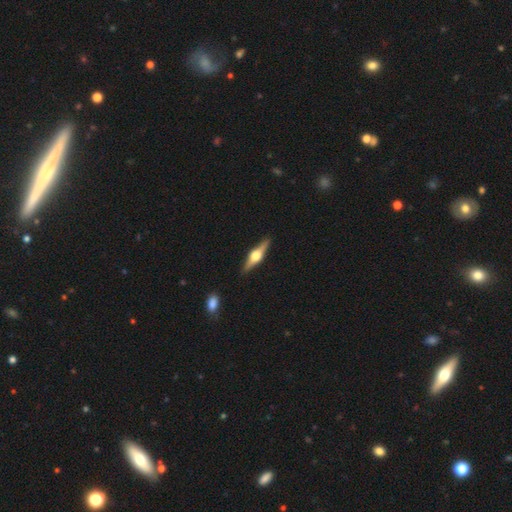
featured or disk 69%, smooth 21%, star or artifact 10%. Down the decision tree: edge-on disk — yes (100%); edge-on bulge — rounded (100%); merging — none (83%).